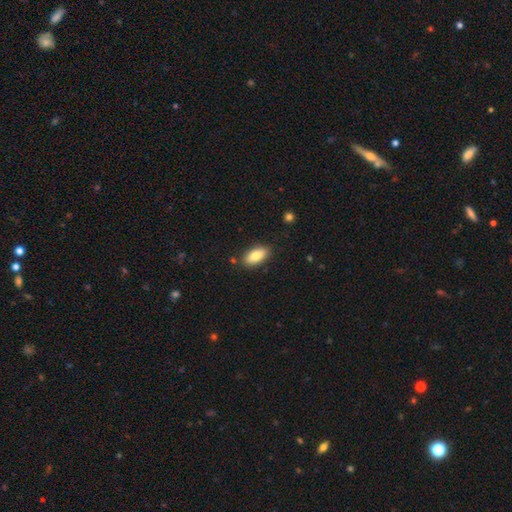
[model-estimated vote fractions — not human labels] A smooth galaxy with no disk features (83%) that is in between round and cigar-shaped (91%).

Vote fractions:
- Smooth or featured? smooth: 83% / featured or disk: 10% / star or artifact: 7%
- How rounded? in between: 91% / cigar-shaped: 6% / round: 3%
- Merging? none: 86% / minor disturbance: 10% / major disturbance: 2% / merger: 2%